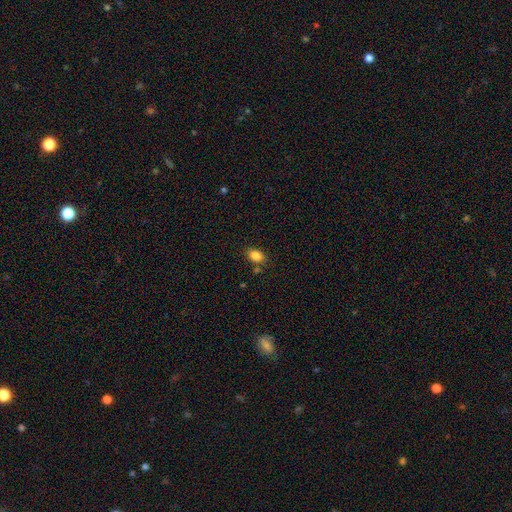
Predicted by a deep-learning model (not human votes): Smooth or featured: smooth — 85% (star or artifact — 9%)
How rounded: in between — 83% (round — 16%)
Merging: none — 77% (minor disturbance — 13%)